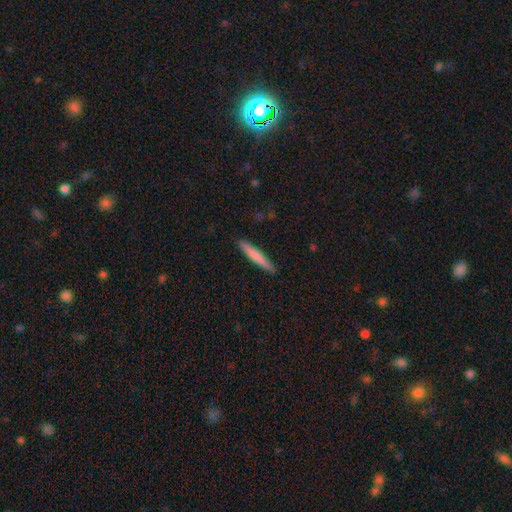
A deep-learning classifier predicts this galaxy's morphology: Smooth or featured: smooth — 74% (featured or disk — 21%)
How rounded: cigar-shaped — 95% (in between — 4%)
Merging: none — 91% (minor disturbance — 6%)